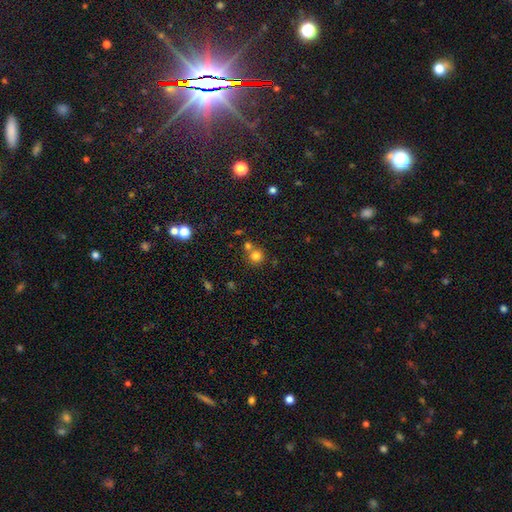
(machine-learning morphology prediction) Q: Smooth or featured?
A: smooth (78%); runner-up: star or artifact (15%)
Q: How rounded?
A: round (92%); runner-up: in between (7%)
Q: Merging?
A: none (61%); runner-up: merger (29%)